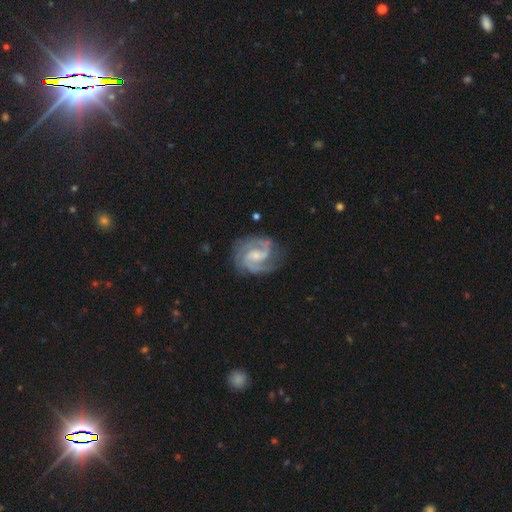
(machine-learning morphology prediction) A featured or disk galaxy (91%) with no bar (45%), 2 (69%) tight (47%) spiral arms (98%) and a small central bulge (63%).

Vote fractions:
- Smooth or featured? featured or disk: 91% / smooth: 5% / star or artifact: 4%
- Edge-on disk? no: 98% / yes: 2%
- Bar? no: 45% / weak: 44% / strong: 10%
- Spiral arms? yes: 98% / no: 2%
- Spiral winding? tight: 47% / medium: 46% / loose: 7%
- Spiral arm count? 2: 69% / 3: 16% / can't tell: 6% / 4: 3% / 1: 3% / more than 4: 3%
- Bulge size? small: 63% / moderate: 27% / none: 8% / large: 2% / dominant: 1%
- Merging? none: 75% / minor disturbance: 17% / major disturbance: 7% / merger: 2%